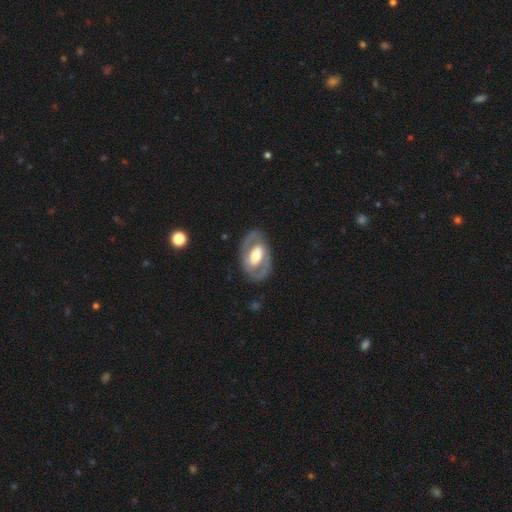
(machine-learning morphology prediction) The model was most divided on "bar": weak: 37%, no: 35%, strong: 29%. More confident: edge-on disk — no (95%); merging — none (81%); smooth or featured — featured or disk (75%); spiral arms — yes (67%); bulge size — moderate (60%).